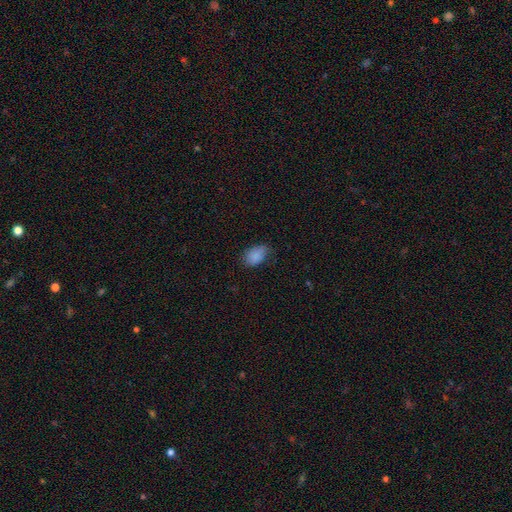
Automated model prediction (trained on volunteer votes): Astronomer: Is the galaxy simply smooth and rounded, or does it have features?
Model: smooth — 85%.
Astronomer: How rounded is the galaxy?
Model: in between — 88%.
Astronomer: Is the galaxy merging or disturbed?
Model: none — 65%.